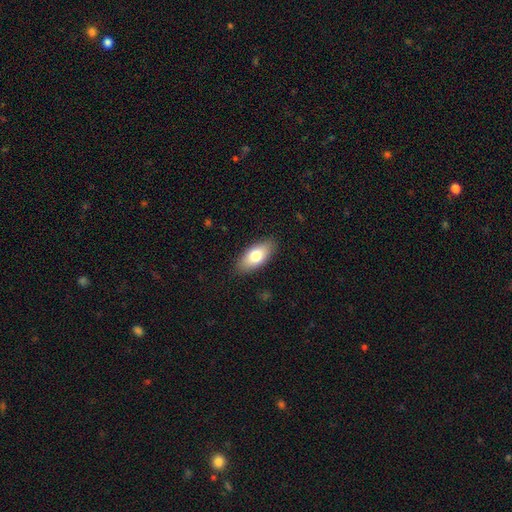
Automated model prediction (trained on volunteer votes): A smooth galaxy with no disk features (77%) that is in between round and cigar-shaped (88%). Merging: none (87%).